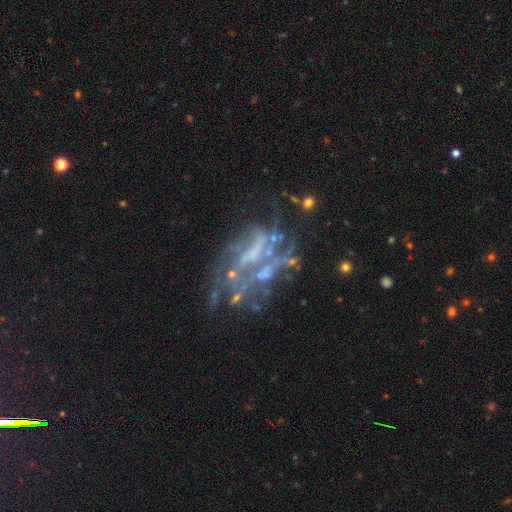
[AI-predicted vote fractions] Overall: featured or disk (72%). Edge-on disk: no (96%). Bar: no (65%). Spiral arms: no (75%). Bulge size: none (59%; small 21%). Merging: none (39%; major disturbance 34%).